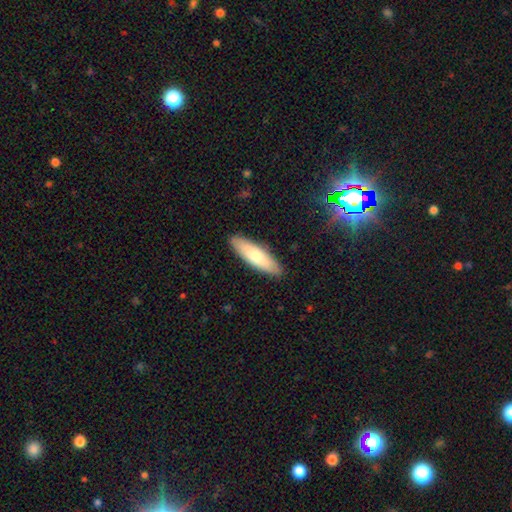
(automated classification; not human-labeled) Smooth or featured? Predicted: smooth (p=0.73). How rounded? Predicted: cigar-shaped (p=0.56). Merging? Predicted: none (p=0.89).